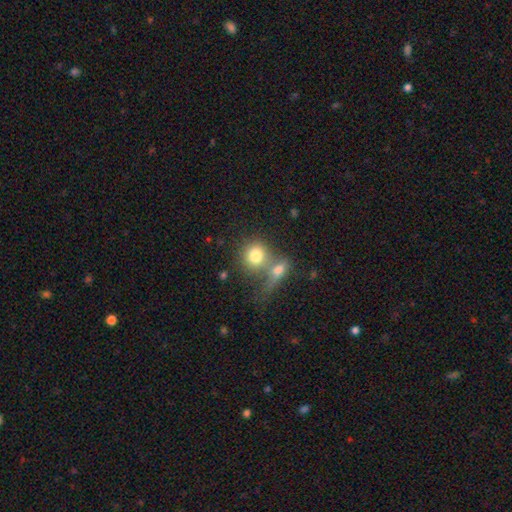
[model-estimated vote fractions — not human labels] Smooth or featured: smooth — 78% (featured or disk — 13%)
How rounded: round — 76% (in between — 22%)
Merging: merger — 51% (none — 32%)